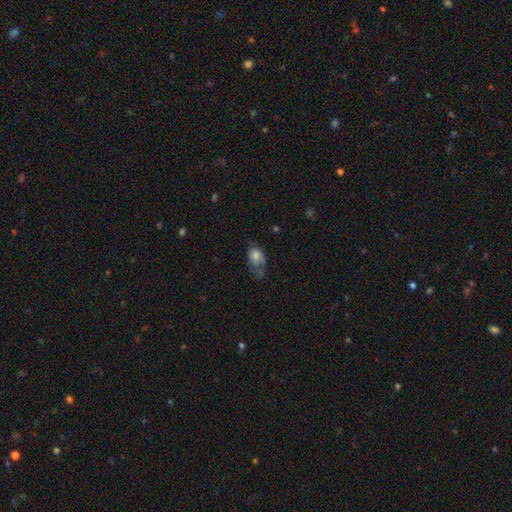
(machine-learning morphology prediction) Smooth or featured? Predicted: smooth (p=0.68). How rounded? Predicted: in between (p=0.80). Merging? Predicted: major disturbance (p=0.37).